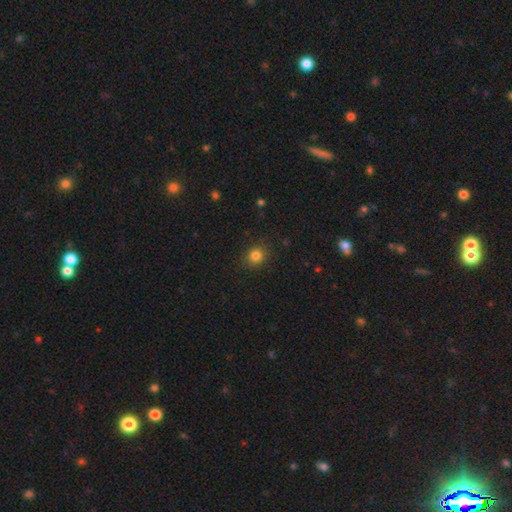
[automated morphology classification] Smooth or featured? Predicted: smooth (p=0.82). How rounded? Predicted: round (p=0.86). Merging? Predicted: none (p=0.88).